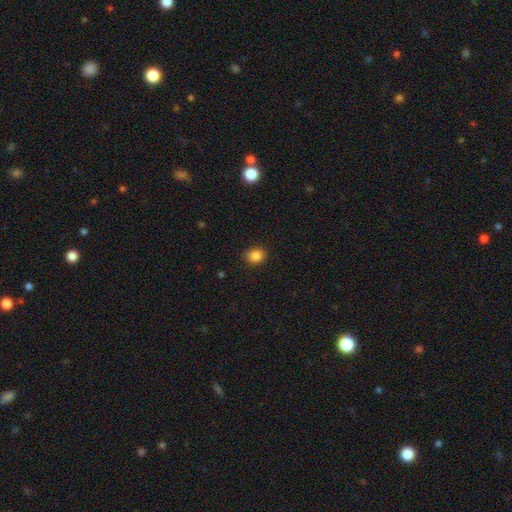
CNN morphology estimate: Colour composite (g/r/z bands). It shows a smooth galaxy with no disk features (85%) that is round (57%). Merging: none (82%).